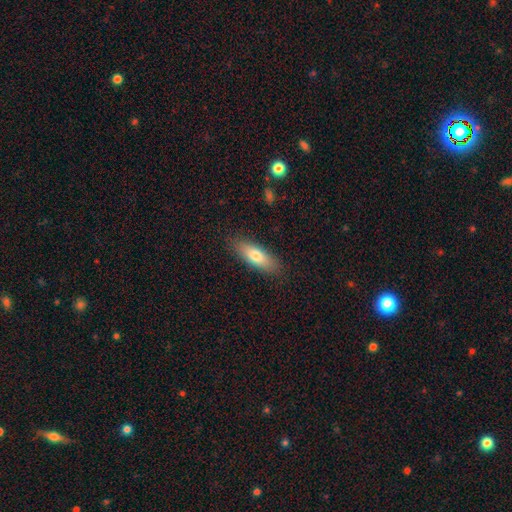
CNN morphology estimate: This is likely a smooth galaxy (74%). How rounded: possibly in between (60%). Merging: clearly none (87%).